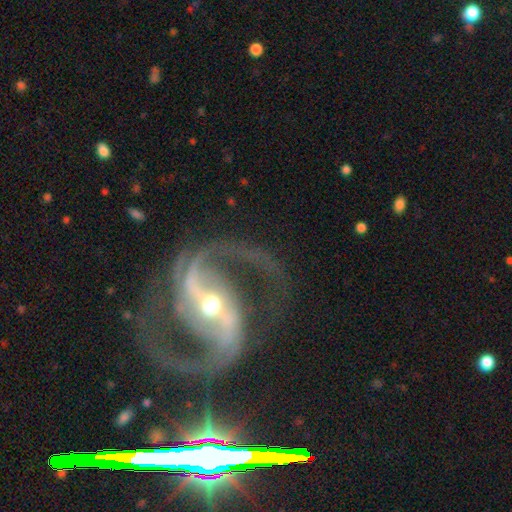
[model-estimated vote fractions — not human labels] Smooth or featured? featured or disk (92%)
Edge-on disk? no (97%)
Bar? strong (64%)
Spiral arms? yes (98%)
Spiral winding? medium (61%)
Spiral arm count? 2 (94%)
Bulge size? moderate (53%)
Merging? none (76%)